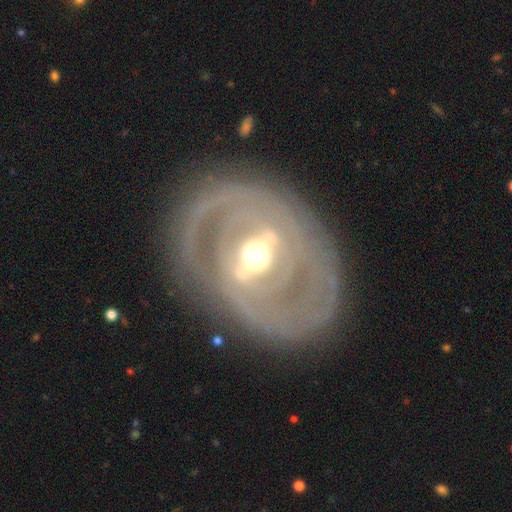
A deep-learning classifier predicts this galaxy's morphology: type=featured or disk (85%); edge-on=no (91%); bar=strong (61%); spiral arms=yes (64%); bulge=moderate (70%); merging=none (76%).